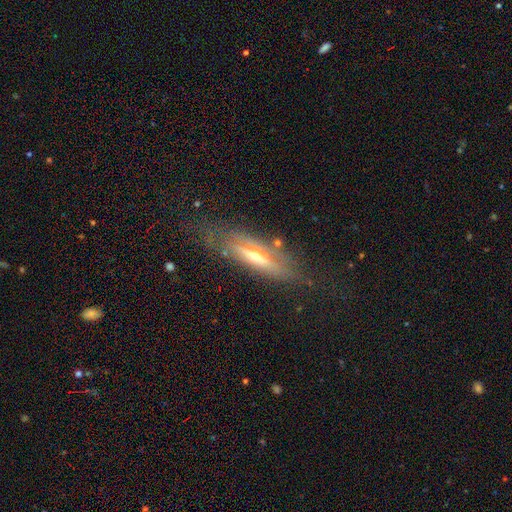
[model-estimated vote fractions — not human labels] Morphology: type=featured or disk (64%); edge-on=yes (80%); edge-on bulge=rounded (85%); merging=none (67%).